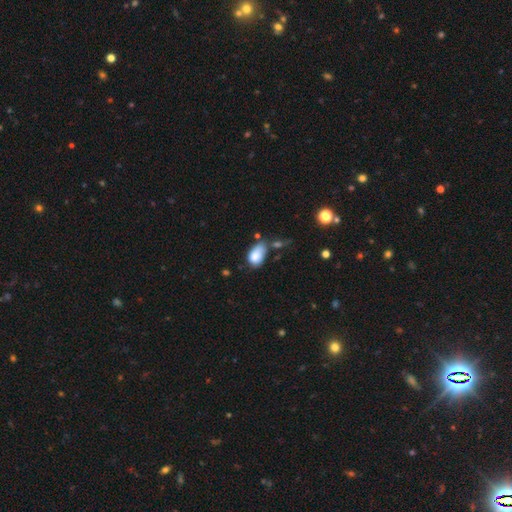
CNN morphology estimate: A smooth galaxy with no disk features (82%) that is in between round and cigar-shaped (90%).

Vote fractions:
- Smooth or featured? smooth: 82% / featured or disk: 11% / star or artifact: 8%
- How rounded? in between: 90% / round: 8% / cigar-shaped: 2%
- Merging? none: 35% / minor disturbance: 34% / merger: 17% / major disturbance: 14%